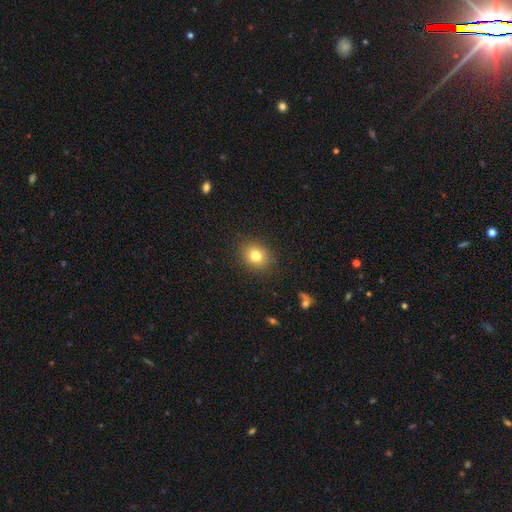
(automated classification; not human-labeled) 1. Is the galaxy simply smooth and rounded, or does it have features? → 80% smooth, 12% star or artifact, 9% featured or disk.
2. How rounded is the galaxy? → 62% round, 37% in between, 1% cigar-shaped.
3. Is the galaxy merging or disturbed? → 87% none, 9% minor disturbance, 3% major disturbance, 1% merger.